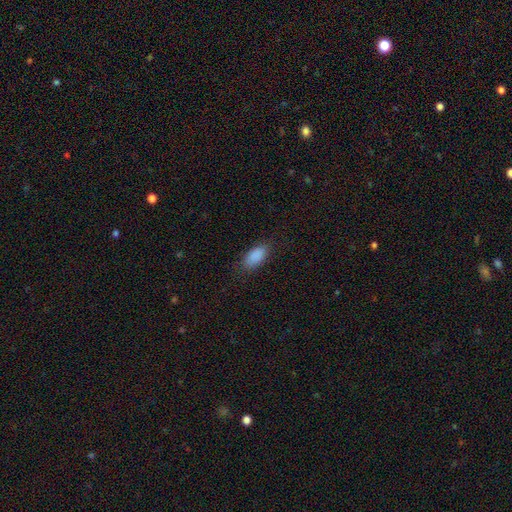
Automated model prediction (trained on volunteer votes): smooth_or_featured: smooth (p=0.89) [alt: star or artifact p=0.07]
how_rounded: in between (p=0.91) [alt: cigar-shaped p=0.06]
merging: none (p=0.81) [alt: minor disturbance p=0.14]